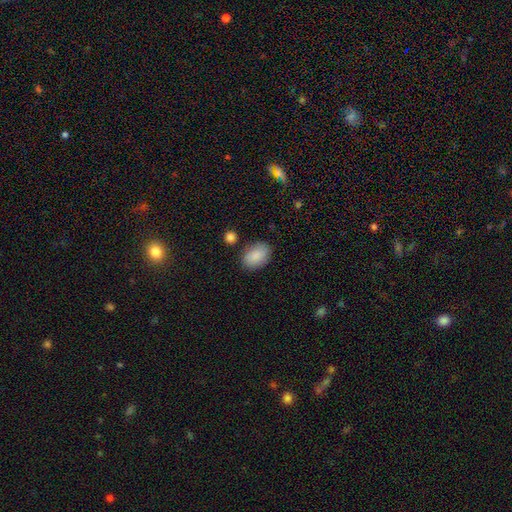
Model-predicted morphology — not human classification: Overall: smooth (88%). How rounded: in between (84%). Merging: none (80%).